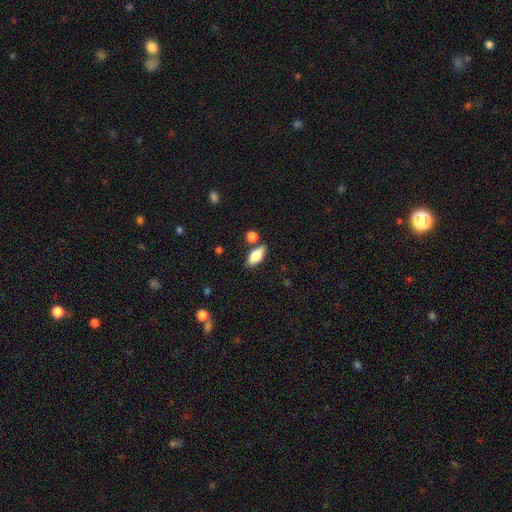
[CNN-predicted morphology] A smooth galaxy with no disk features (75%) that is in between round and cigar-shaped (85%).

Vote fractions:
- Smooth or featured? smooth: 75% / featured or disk: 18% / star or artifact: 7%
- How rounded? in between: 85% / cigar-shaped: 11% / round: 4%
- Merging? none: 75% / minor disturbance: 12% / merger: 9% / major disturbance: 3%